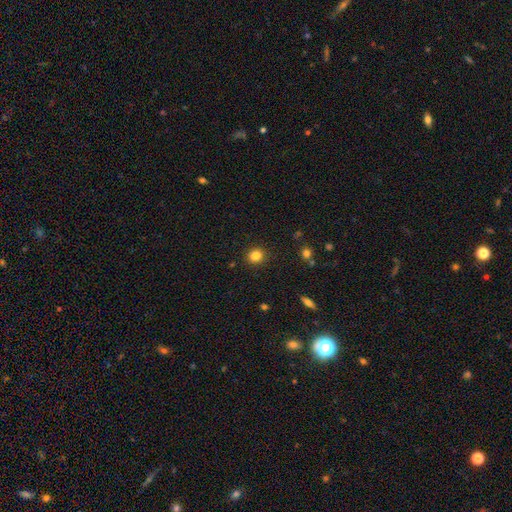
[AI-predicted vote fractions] Smooth or featured? smooth (83%)
How rounded? round (74%)
Merging? none (87%)